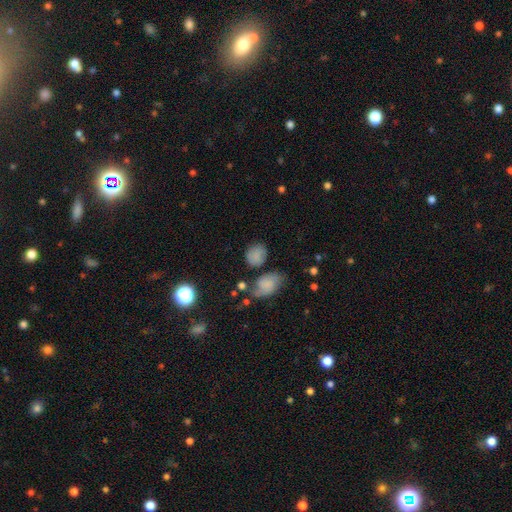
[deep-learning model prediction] The model was most divided on "how rounded": round: 57%, in between: 41%, cigar-shaped: 2%. More confident: smooth or featured — smooth (78%); merging — none (60%).